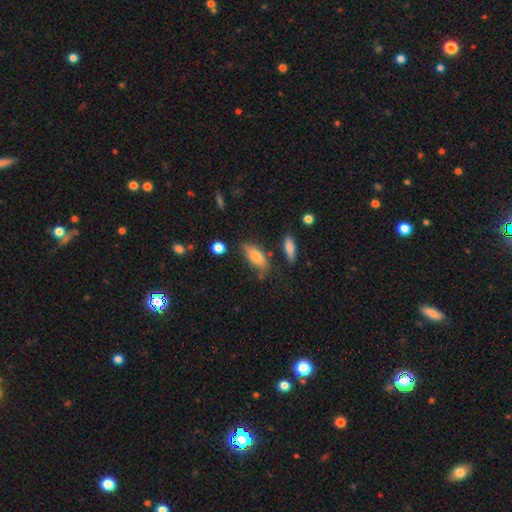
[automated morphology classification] Overall: smooth (79%). How rounded: in between (80%). Merging: none (61%; minor disturbance 25%).